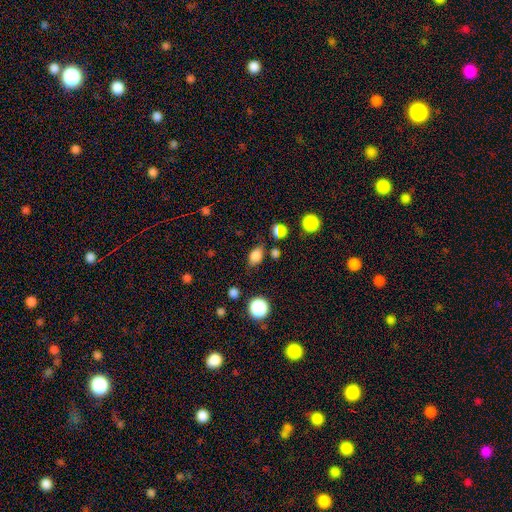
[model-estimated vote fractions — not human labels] Overall: smooth (80%). How rounded: in between (78%). Merging: none (75%).